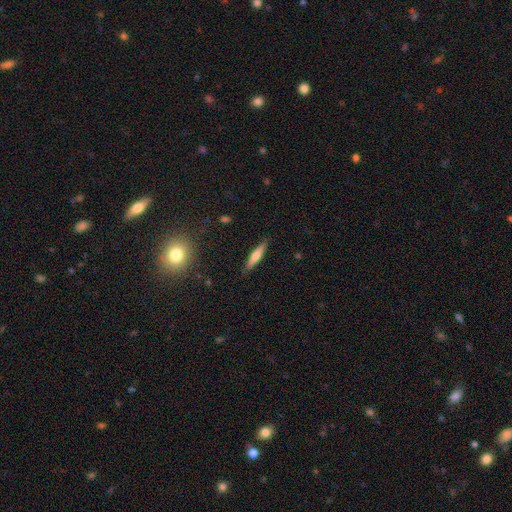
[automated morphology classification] This is possibly a smooth galaxy (57%). How rounded: clearly cigar-shaped (85%). Merging: clearly none (88%).